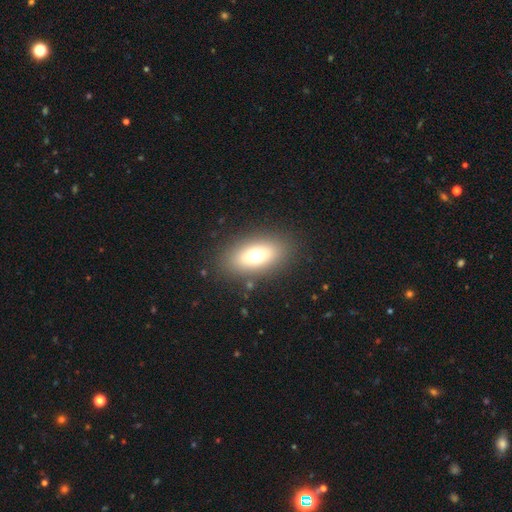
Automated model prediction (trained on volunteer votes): Smooth or featured?
  - smooth: 67% *
  - featured or disk: 20%
  - star or artifact: 12%
How rounded?
  - in between: 82% *
  - round: 12%
  - cigar-shaped: 6%
Merging?
  - none: 85% *
  - minor disturbance: 9%
  - major disturbance: 4%
  - merger: 2%